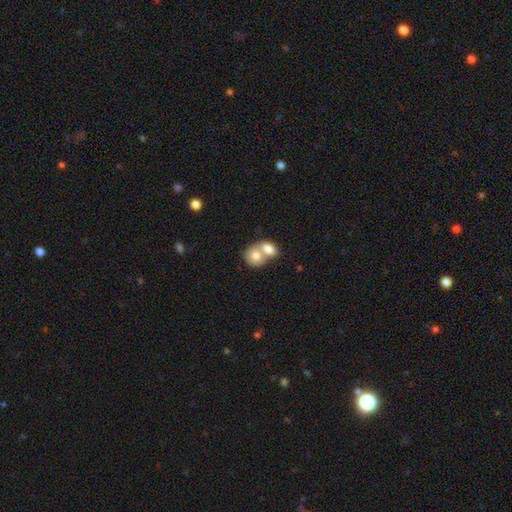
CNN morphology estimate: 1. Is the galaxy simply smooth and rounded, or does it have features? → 74% smooth, 19% featured or disk, 7% star or artifact.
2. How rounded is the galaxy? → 56% round, 43% in between, 1% cigar-shaped.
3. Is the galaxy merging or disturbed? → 73% merger, 19% none, 6% minor disturbance, 3% major disturbance.